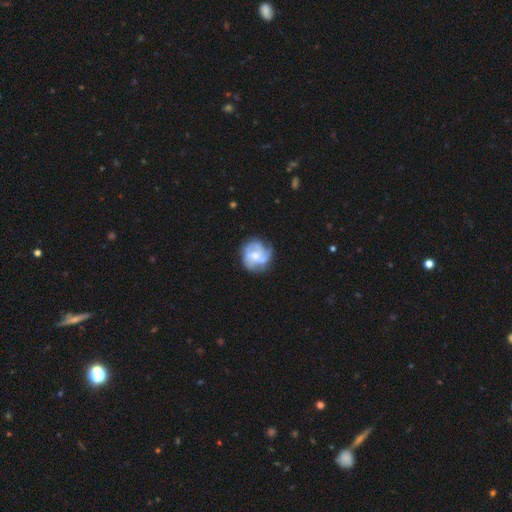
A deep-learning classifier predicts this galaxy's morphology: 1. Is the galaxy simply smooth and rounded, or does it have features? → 72% featured or disk, 22% smooth, 6% star or artifact.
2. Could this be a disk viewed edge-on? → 98% no, 2% yes.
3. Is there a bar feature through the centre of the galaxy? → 61% no, 33% weak, 6% strong.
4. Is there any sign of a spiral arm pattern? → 91% yes, 9% no.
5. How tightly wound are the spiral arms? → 43% tight, 42% medium, 16% loose.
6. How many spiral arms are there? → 46% 3, 19% can't tell, 16% 2, 11% 4, 4% 1, 4% more than 4.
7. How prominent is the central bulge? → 47% moderate, 35% small, 9% none, 7% large, 1% dominant.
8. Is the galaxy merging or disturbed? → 68% none, 20% minor disturbance, 10% major disturbance, 2% merger.